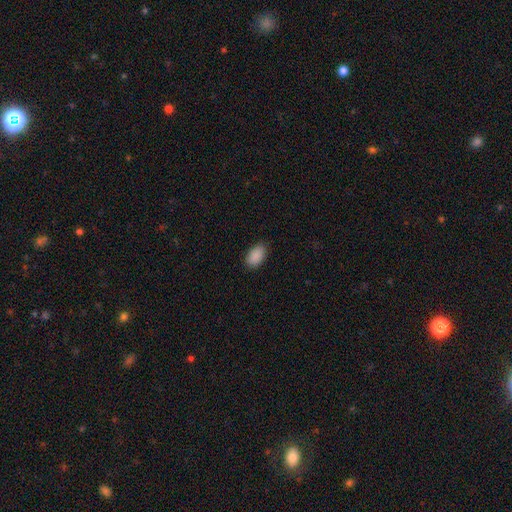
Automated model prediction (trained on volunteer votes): Smooth or featured?
  - smooth: 90% *
  - star or artifact: 7%
  - featured or disk: 3%
How rounded?
  - in between: 93% *
  - round: 5%
  - cigar-shaped: 2%
Merging?
  - none: 86% *
  - minor disturbance: 11%
  - major disturbance: 2%
  - merger: 1%